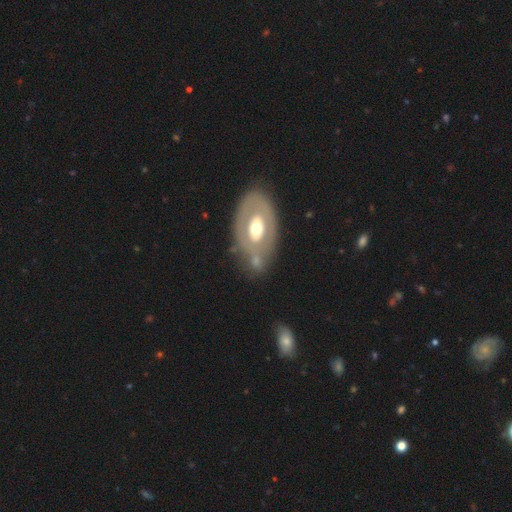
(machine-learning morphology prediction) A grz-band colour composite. It shows a featured or disk galaxy (63%) with no bar (77%), no spiral arms (83%) and a moderate central bulge (69%). Merging: none (66%).